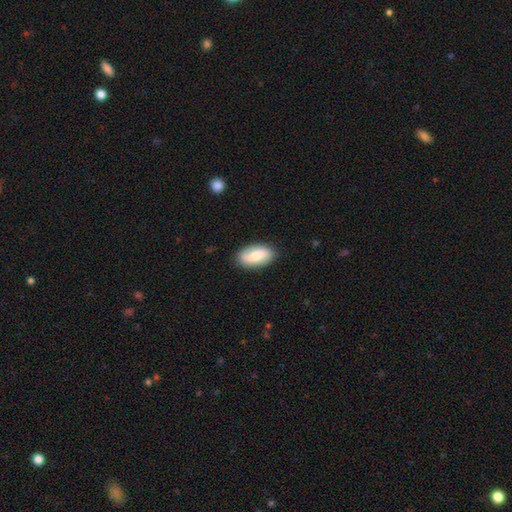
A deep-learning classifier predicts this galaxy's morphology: smooth-or-featured: smooth: 59% | featured or disk: 35% | star or artifact: 6%
  how-rounded: in between: 93% | cigar-shaped: 4% | round: 3%
  merging: none: 86% | minor disturbance: 10% | major disturbance: 2% | merger: 1%